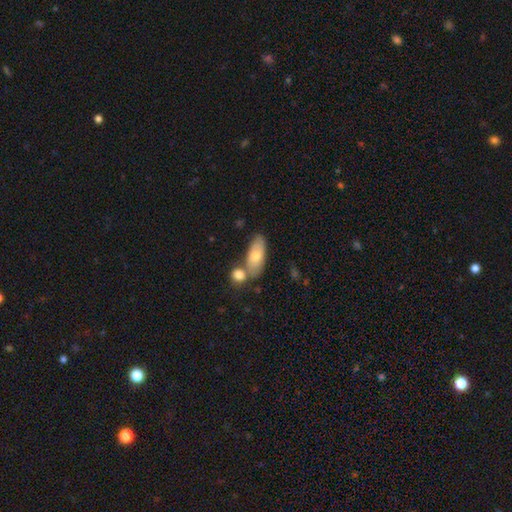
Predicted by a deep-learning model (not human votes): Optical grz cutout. It shows a smooth galaxy with no disk features (73%) that is in between round and cigar-shaped (85%). Merging: none (53%).